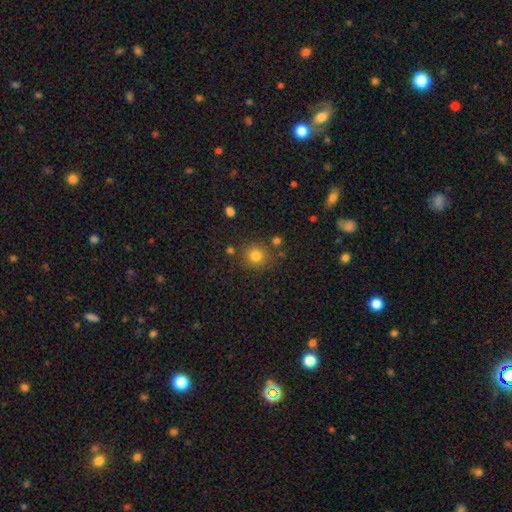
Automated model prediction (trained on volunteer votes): The model was most divided on "smooth or featured": smooth: 80%, star or artifact: 14%, featured or disk: 7%. More confident: how rounded — round (89%); merging — none (81%).